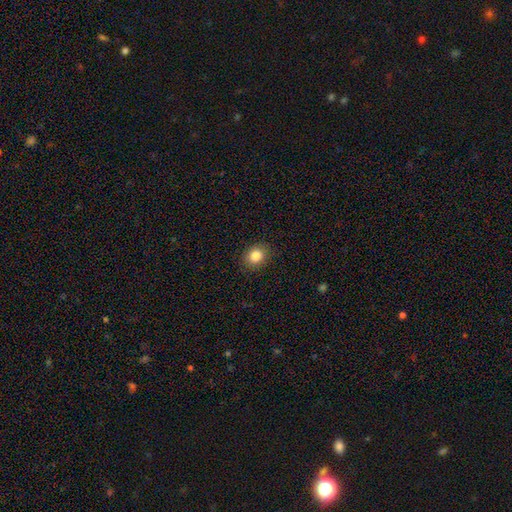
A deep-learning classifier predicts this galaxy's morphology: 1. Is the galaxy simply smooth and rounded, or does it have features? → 84% smooth, 10% star or artifact, 6% featured or disk.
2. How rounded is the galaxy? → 61% round, 38% in between, 1% cigar-shaped.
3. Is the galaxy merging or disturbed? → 89% none, 8% minor disturbance, 2% major disturbance, 1% merger.